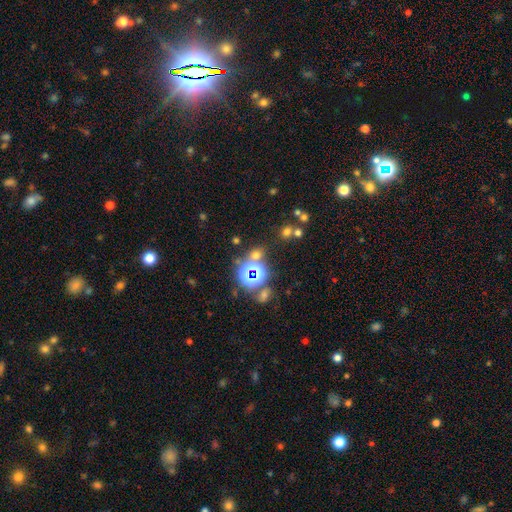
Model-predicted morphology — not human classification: The model was most divided on "smooth or featured" (2-way tie): smooth: 46%, star or artifact: 46%, featured or disk: 8%. More confident: merging — none (69%).